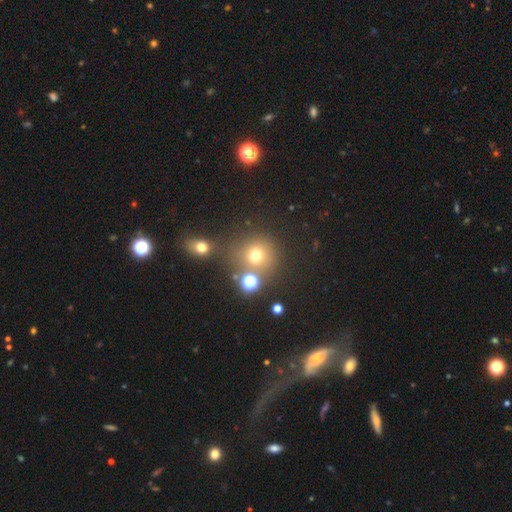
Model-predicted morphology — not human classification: Overall: smooth (67%). How rounded: round (87%). Merging: none (68%).